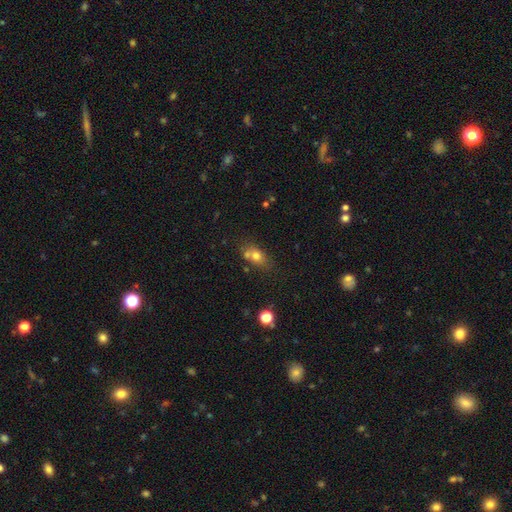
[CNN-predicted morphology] This appears to be a smooth galaxy with no disk features (70%) that is in between round and cigar-shaped (64%). Merging: none (53%).